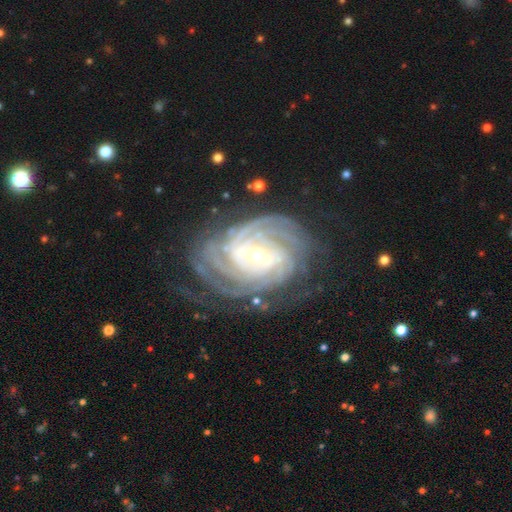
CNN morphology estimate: This appears to be a featured or disk galaxy (91%) with a strong bar (45%), 4 (31%) tight (76%) spiral arms (98%) and a small central bulge (69%). Merging: none (73%).